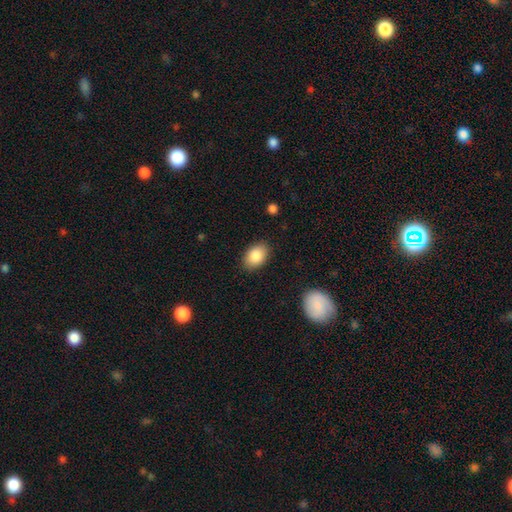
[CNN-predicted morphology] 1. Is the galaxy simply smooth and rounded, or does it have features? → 86% smooth, 7% star or artifact, 7% featured or disk.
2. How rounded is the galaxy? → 86% in between, 13% round, 1% cigar-shaped.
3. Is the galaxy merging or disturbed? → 86% none, 10% minor disturbance, 3% major disturbance, 1% merger.